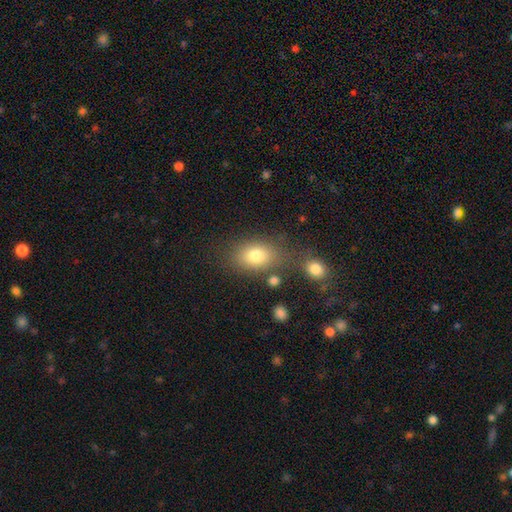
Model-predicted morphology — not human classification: type=smooth (78%); roundness=in between (75%); merging=none (66%).